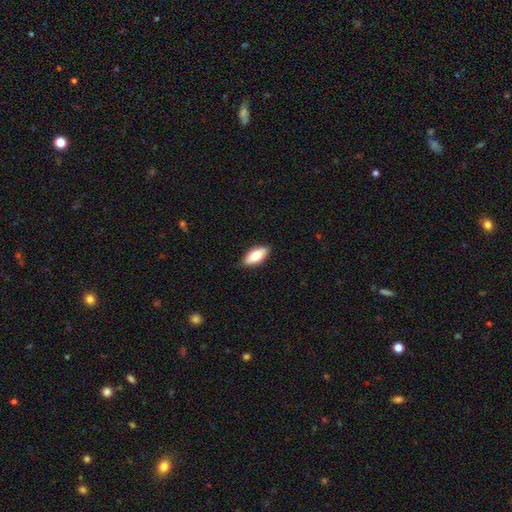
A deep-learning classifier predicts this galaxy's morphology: Smooth or featured: smooth — 77% (featured or disk — 17%)
How rounded: in between — 87% (cigar-shaped — 11%)
Merging: none — 87% (minor disturbance — 10%)